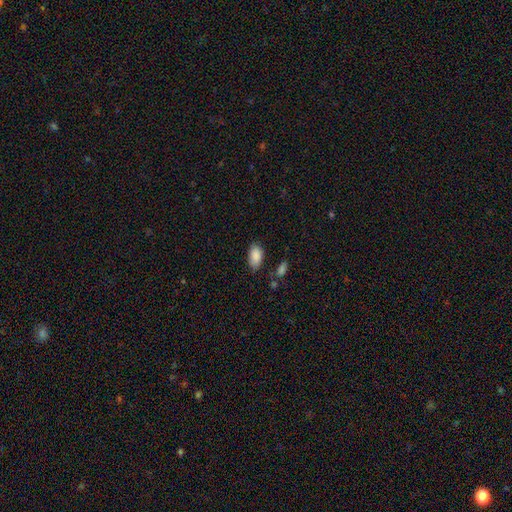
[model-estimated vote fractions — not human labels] Smooth or featured? Predicted: smooth (p=0.89). How rounded? Predicted: in between (p=0.94). Merging? Predicted: none (p=0.76).